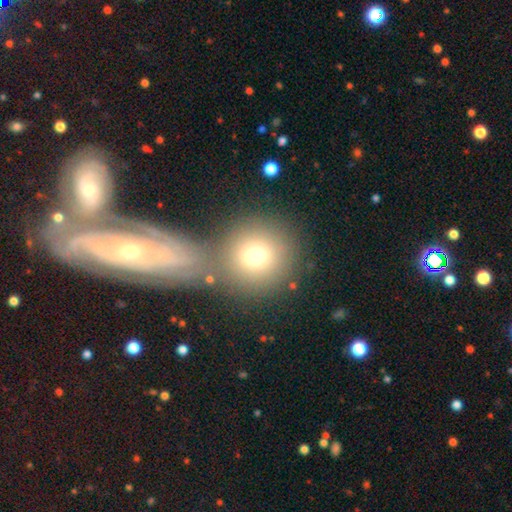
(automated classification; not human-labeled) Morphology: type=smooth (74%); roundness=round (90%); merging=none (57%).